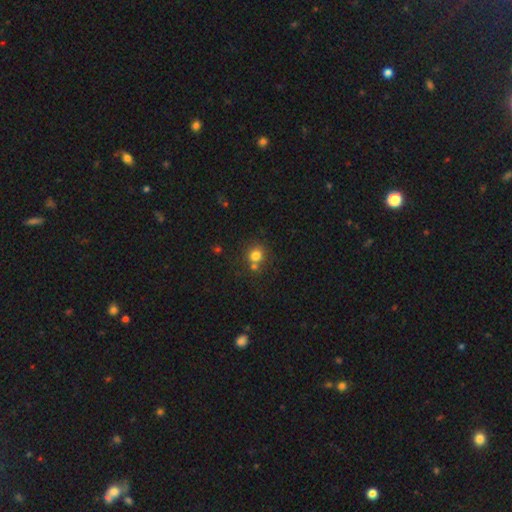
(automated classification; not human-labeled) The model was most divided on "merging": none: 62%, merger: 25%, minor disturbance: 9%, major disturbance: 3%. More confident: how rounded — round (86%); smooth or featured — smooth (78%).